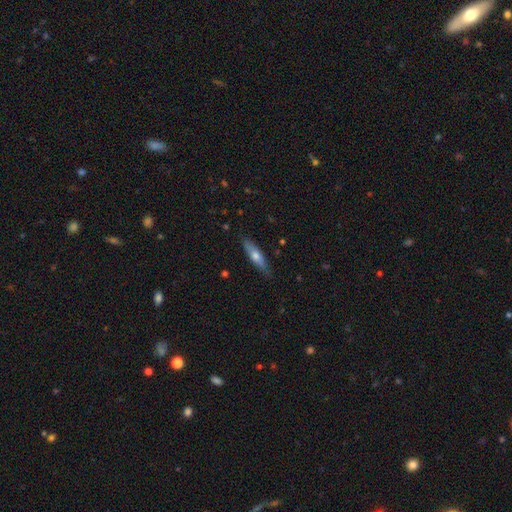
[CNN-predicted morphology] smooth-or-featured: smooth: 59% | featured or disk: 35% | star or artifact: 6%
  how-rounded: cigar-shaped: 67% | in between: 31% | round: 2%
  merging: none: 83% | minor disturbance: 14% | major disturbance: 2% | merger: 1%